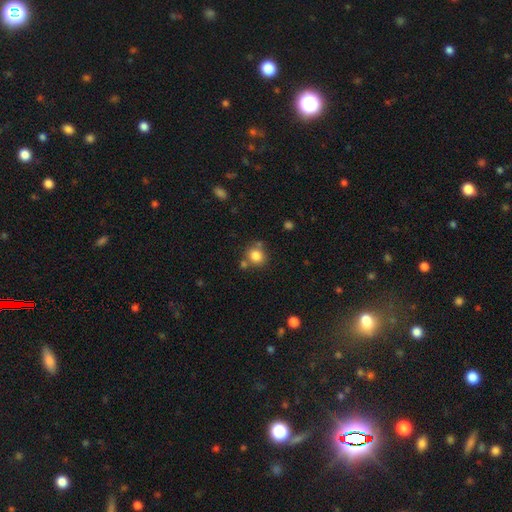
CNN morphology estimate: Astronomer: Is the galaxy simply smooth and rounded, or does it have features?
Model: smooth — 81%.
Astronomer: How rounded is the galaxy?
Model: round — 83%.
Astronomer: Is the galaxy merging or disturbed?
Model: none — 68%.